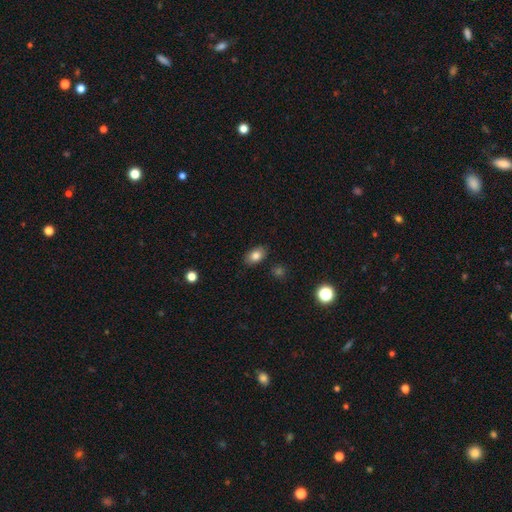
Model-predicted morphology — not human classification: The model was most divided on "how rounded": in between: 85%, round: 13%, cigar-shaped: 2%. More confident: merging — none (85%); smooth or featured — smooth (82%).